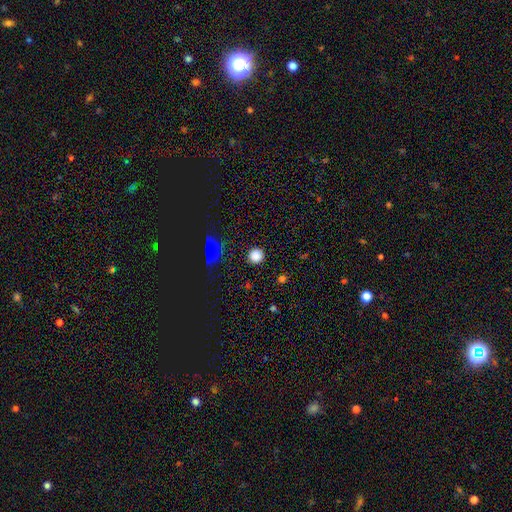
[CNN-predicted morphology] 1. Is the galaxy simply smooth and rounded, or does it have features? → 82% smooth, 15% star or artifact, 3% featured or disk.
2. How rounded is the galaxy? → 93% round, 6% in between, 1% cigar-shaped.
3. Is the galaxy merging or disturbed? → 91% none, 6% minor disturbance, 2% major disturbance, 1% merger.